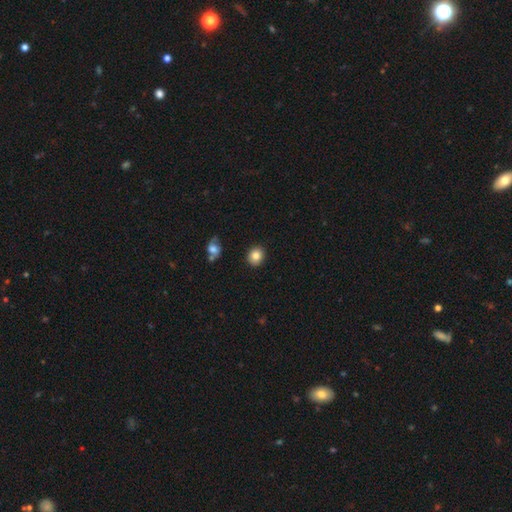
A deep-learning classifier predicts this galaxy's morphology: Smooth or featured?
  - smooth: 84% *
  - star or artifact: 9%
  - featured or disk: 7%
How rounded?
  - round: 71% *
  - in between: 28%
  - cigar-shaped: 1%
Merging?
  - none: 89% *
  - minor disturbance: 7%
  - major disturbance: 2%
  - merger: 2%